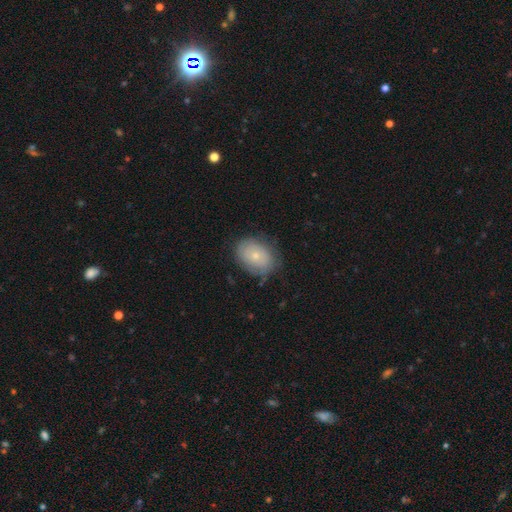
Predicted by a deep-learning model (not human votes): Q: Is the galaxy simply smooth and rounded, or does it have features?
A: smooth — 65%.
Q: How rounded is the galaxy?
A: in between — 75%.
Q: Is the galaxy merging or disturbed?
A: none — 74%.